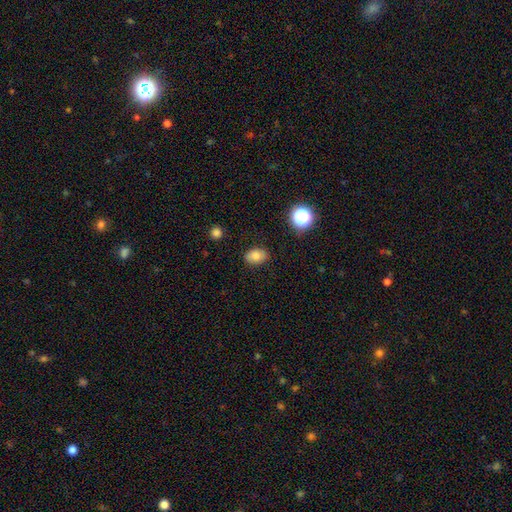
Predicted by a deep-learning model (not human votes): Smooth or featured? Predicted: smooth (p=0.80). How rounded? Predicted: in between (p=0.79). Merging? Predicted: none (p=0.85).